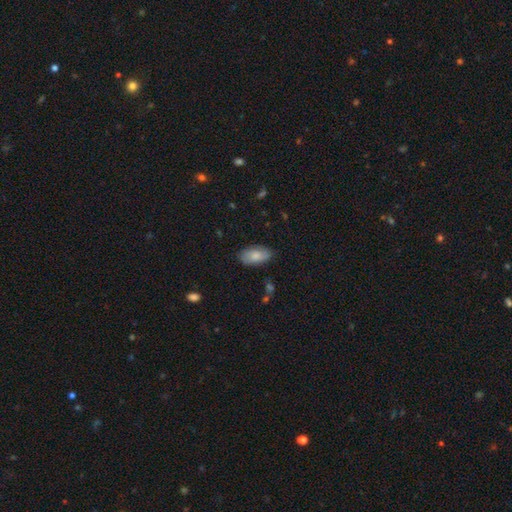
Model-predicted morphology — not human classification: Overall: smooth (80%). How rounded: in between (93%). Merging: none (80%).